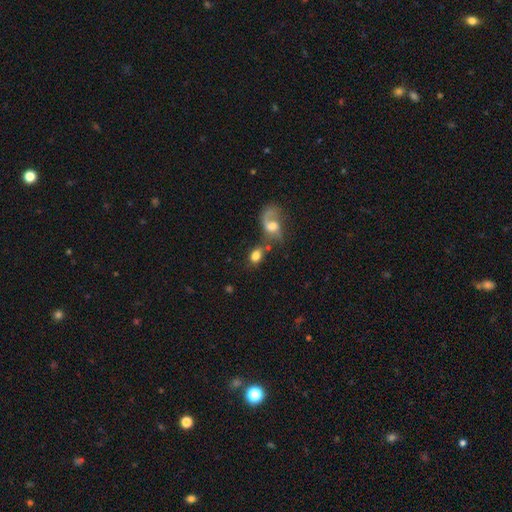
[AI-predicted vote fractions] Smooth or featured: smooth — 72% (featured or disk — 18%)
How rounded: in between — 66% (round — 32%)
Merging: none — 41% (merger — 36%)